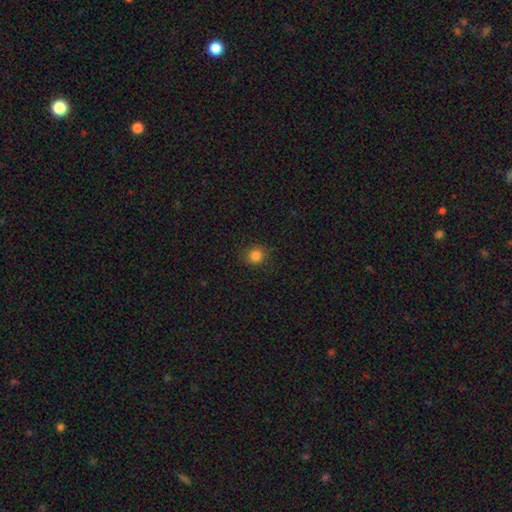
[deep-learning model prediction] A smooth galaxy with no disk features (83%) that is round (86%).

Vote fractions:
- Smooth or featured? smooth: 83% / star or artifact: 13% / featured or disk: 4%
- How rounded? round: 86% / in between: 13% / cigar-shaped: 1%
- Merging? none: 87% / minor disturbance: 9% / major disturbance: 3% / merger: 1%